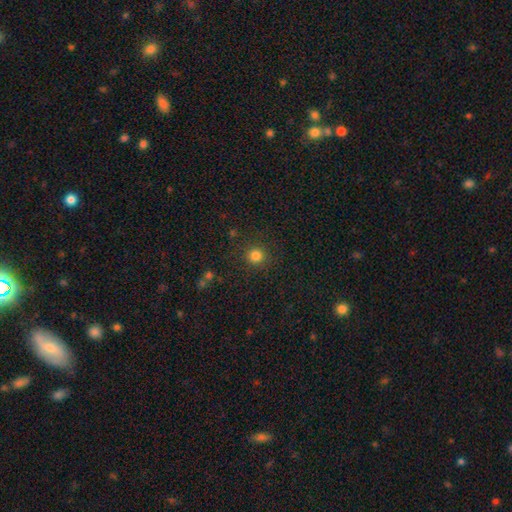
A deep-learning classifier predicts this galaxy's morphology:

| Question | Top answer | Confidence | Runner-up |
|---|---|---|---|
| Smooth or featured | smooth | 82% | star or artifact (13%) |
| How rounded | round | 94% | in between (5%) |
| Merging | none | 88% | minor disturbance (7%) |